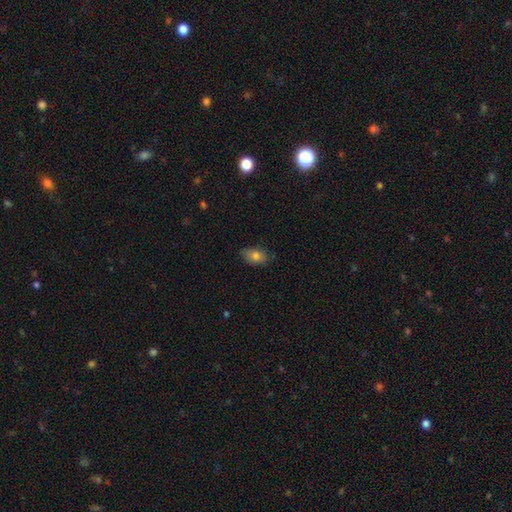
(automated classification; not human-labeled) Morphology: type=smooth (80%); roundness=in between (87%); merging=none (78%).